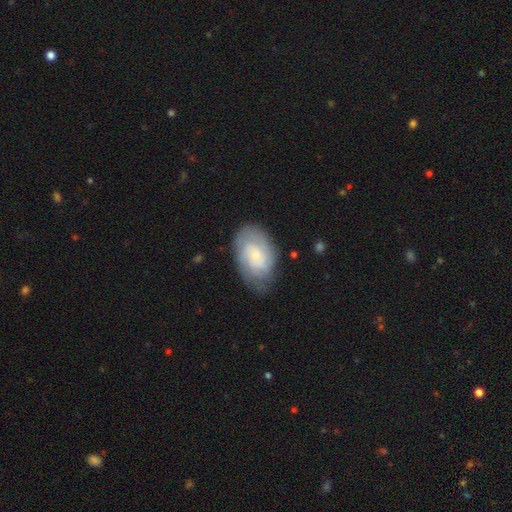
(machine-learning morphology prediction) Q: Smooth or featured?
A: featured or disk (57%); runner-up: smooth (36%)
Q: Edge-on disk?
A: no (96%); runner-up: yes (4%)
Q: Bar?
A: no (71%); runner-up: weak (25%)
Q: Spiral arms?
A: yes (85%); runner-up: no (15%)
Q: Bulge size?
A: small (66%); runner-up: moderate (21%)
Q: Merging?
A: none (68%); runner-up: minor disturbance (22%)